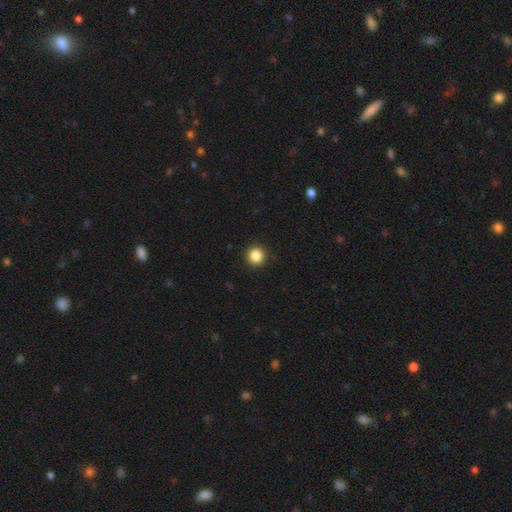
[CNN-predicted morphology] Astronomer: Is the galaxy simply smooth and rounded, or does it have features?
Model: smooth — 86%.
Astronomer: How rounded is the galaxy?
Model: round — 93%.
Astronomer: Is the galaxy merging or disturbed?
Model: none — 92%.